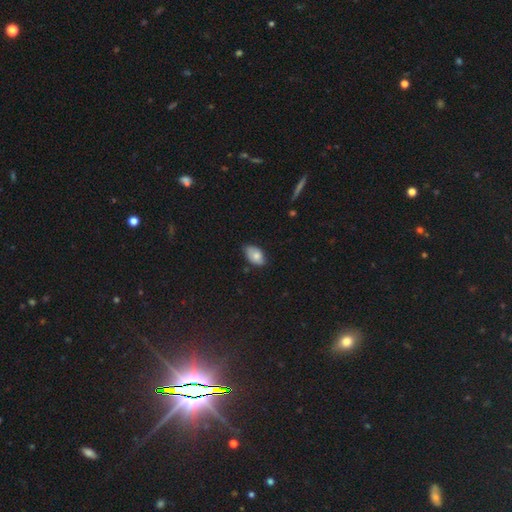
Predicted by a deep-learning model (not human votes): A smooth galaxy with no disk features (78%) that is in between round and cigar-shaped (92%).

Vote fractions:
- Smooth or featured? smooth: 78% / featured or disk: 14% / star or artifact: 8%
- How rounded? in between: 92% / round: 6% / cigar-shaped: 2%
- Merging? none: 66% / minor disturbance: 29% / major disturbance: 4% / merger: 1%